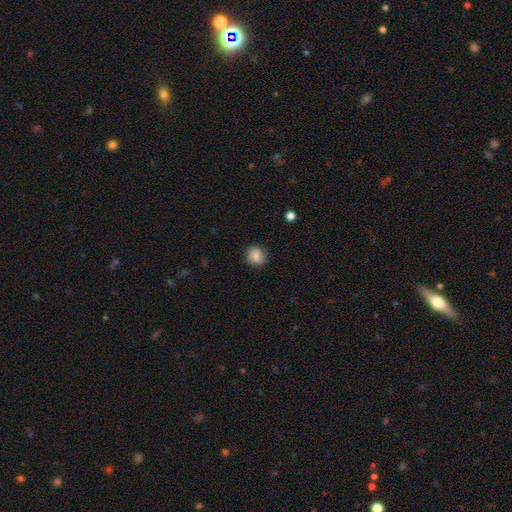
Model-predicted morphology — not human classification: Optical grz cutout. It shows a smooth galaxy with no disk features (82%) that is round (80%). Merging: none (83%).